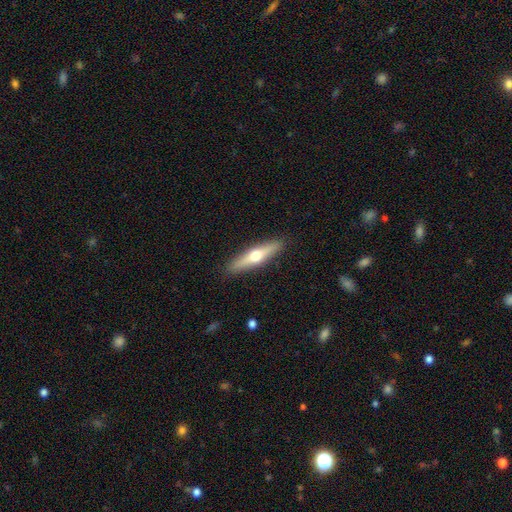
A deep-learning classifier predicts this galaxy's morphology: Smooth or featured?
  - featured or disk: 53% *
  - smooth: 41%
  - star or artifact: 6%
Edge-on disk?
  - yes: 93% *
  - no: 7%
Merging?
  - none: 90% *
  - minor disturbance: 7%
  - major disturbance: 2%
  - merger: 1%